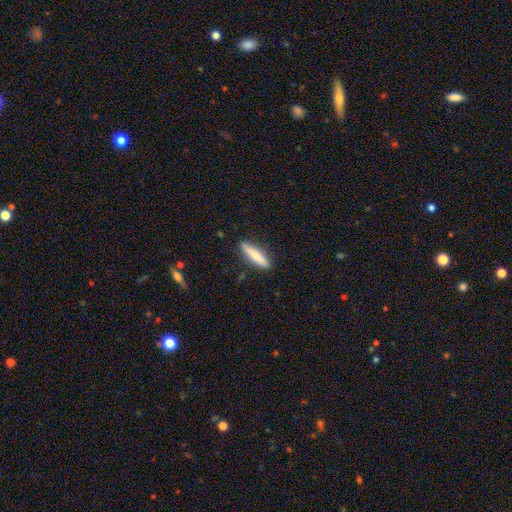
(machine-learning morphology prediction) This appears to be a smooth galaxy with no disk features (73%) that is cigar-shaped (80%). Merging: none (89%).